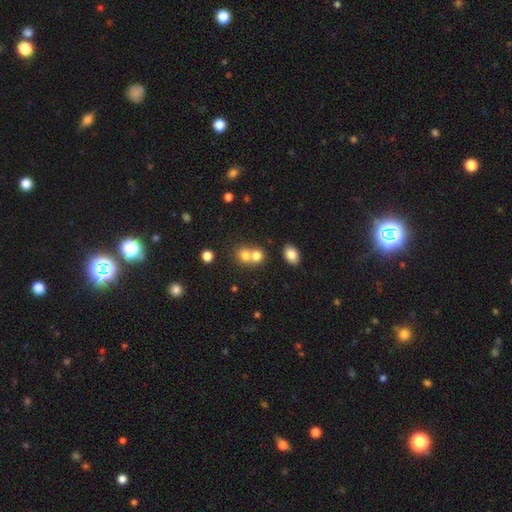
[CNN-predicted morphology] A smooth galaxy with no disk features (75%) that is round (73%).

Vote fractions:
- Smooth or featured? smooth: 75% / star or artifact: 13% / featured or disk: 12%
- How rounded? round: 73% / in between: 26% / cigar-shaped: 1%
- Merging? merger: 56% / none: 36% / minor disturbance: 6% / major disturbance: 3%